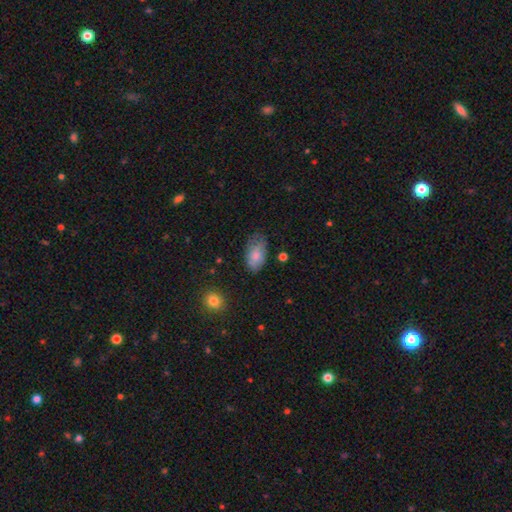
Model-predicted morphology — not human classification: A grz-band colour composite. It shows a smooth galaxy with no disk features (75%) that is in between round and cigar-shaped (92%). Merging: none (56%).